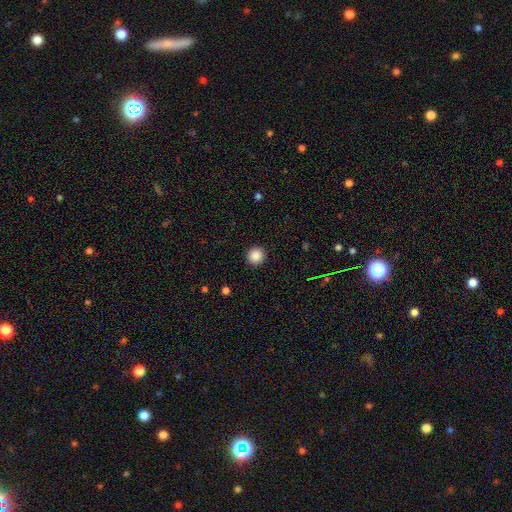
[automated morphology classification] A smooth galaxy with no disk features (87%) that is round (95%).

Vote fractions:
- Smooth or featured? smooth: 87% / star or artifact: 10% / featured or disk: 3%
- How rounded? round: 95% / in between: 5% / cigar-shaped: 1%
- Merging? none: 93% / minor disturbance: 5% / major disturbance: 2% / merger: 1%